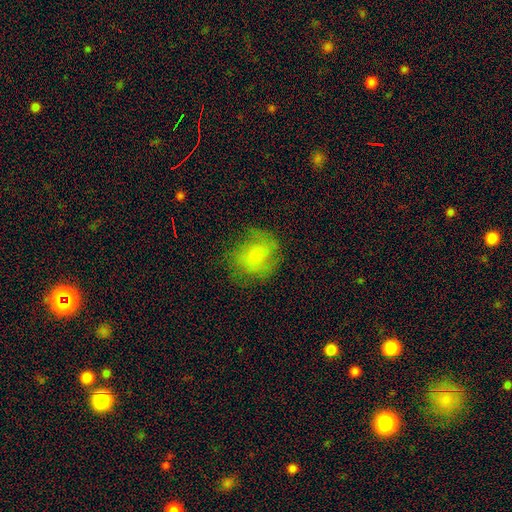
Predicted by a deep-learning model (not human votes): Q: Smooth or featured?
A: smooth (60%); runner-up: featured or disk (30%)
Q: How rounded?
A: round (64%); runner-up: in between (35%)
Q: Merging?
A: none (64%); runner-up: minor disturbance (22%)